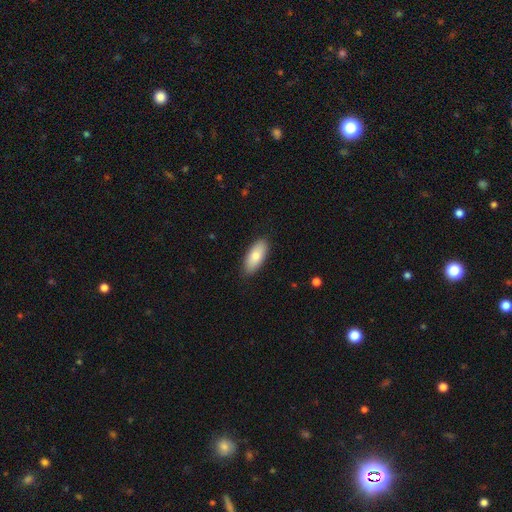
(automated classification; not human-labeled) A smooth galaxy with no disk features (79%) that is in between round and cigar-shaped (87%). Merging: none (87%).